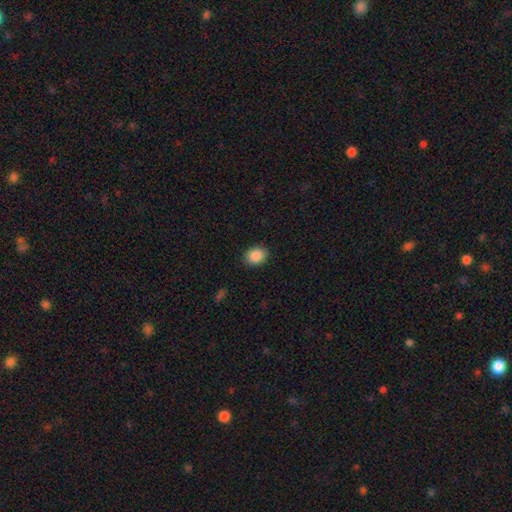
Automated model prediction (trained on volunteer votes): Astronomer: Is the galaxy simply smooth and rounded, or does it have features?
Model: smooth — 88%.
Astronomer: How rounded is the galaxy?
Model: in between — 52% (runner-up: round, 47%).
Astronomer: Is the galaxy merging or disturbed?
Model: none — 87%.